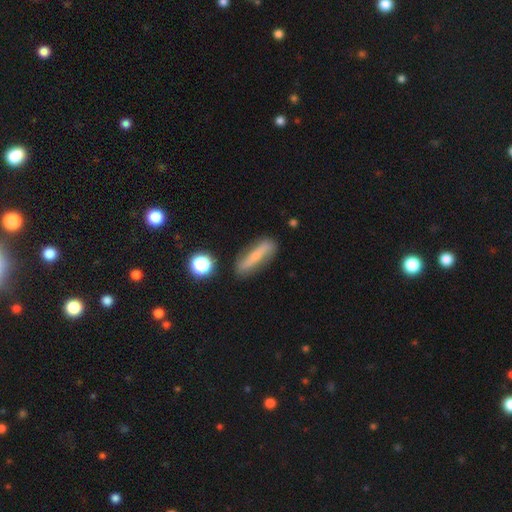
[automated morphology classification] smooth-or-featured: smooth: 51% | featured or disk: 40% | star or artifact: 9%
  how-rounded: cigar-shaped: 74% | in between: 23% | round: 4%
  merging: none: 79% | minor disturbance: 14% | major disturbance: 4% | merger: 3%